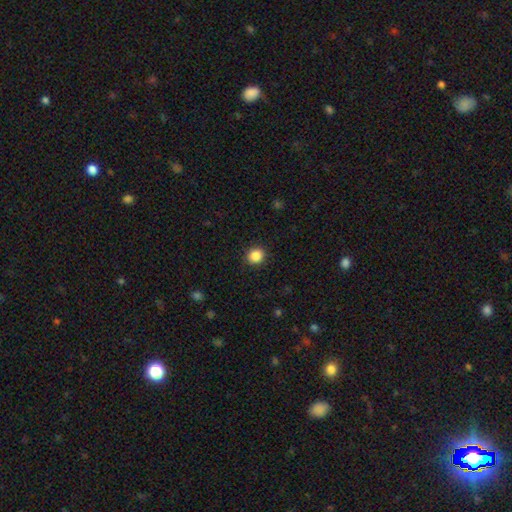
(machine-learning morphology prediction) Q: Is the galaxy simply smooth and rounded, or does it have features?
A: smooth — 87%.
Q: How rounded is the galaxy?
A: round — 87%.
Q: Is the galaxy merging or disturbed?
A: none — 91%.